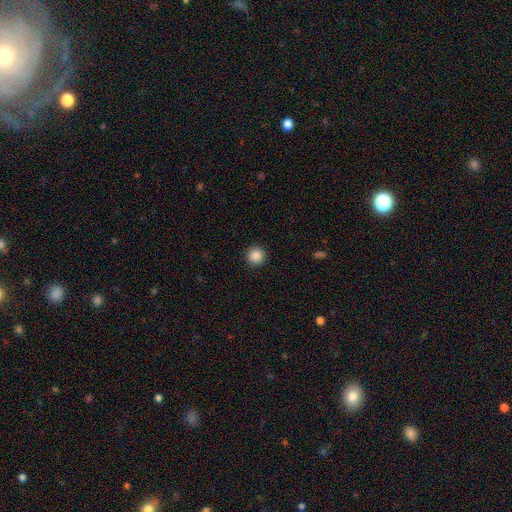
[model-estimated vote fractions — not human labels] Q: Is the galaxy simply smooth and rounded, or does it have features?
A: smooth — 88%.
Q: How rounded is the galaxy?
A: round — 96%.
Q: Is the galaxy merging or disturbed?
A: none — 92%.